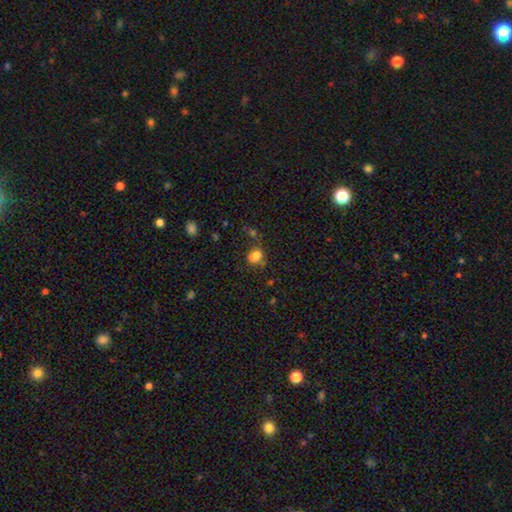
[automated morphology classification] The model was most divided on "how rounded" (2-way tie): round: 49%, in between: 49%, cigar-shaped: 1%. More confident: smooth or featured — smooth (80%); merging — none (58%).